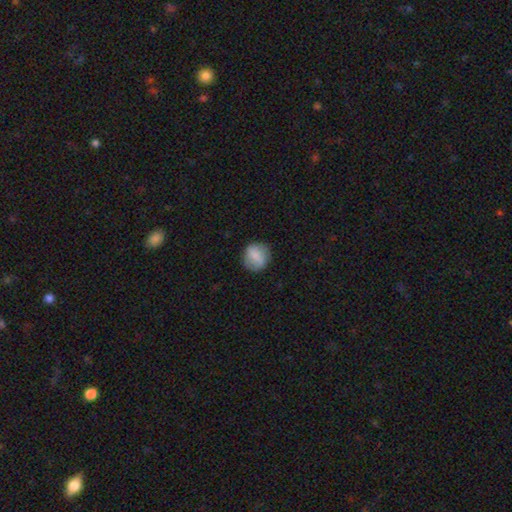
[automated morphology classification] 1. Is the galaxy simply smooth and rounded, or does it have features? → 74% smooth, 18% featured or disk, 8% star or artifact.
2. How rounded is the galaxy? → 88% round, 11% in between, 1% cigar-shaped.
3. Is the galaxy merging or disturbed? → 82% none, 13% minor disturbance, 4% major disturbance, 1% merger.